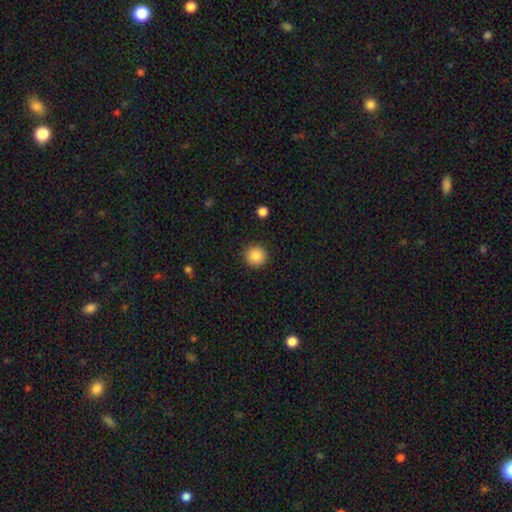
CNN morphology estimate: smooth-or-featured: smooth: 87% | star or artifact: 9% | featured or disk: 4%
  how-rounded: round: 95% | in between: 4% | cigar-shaped: 1%
  merging: none: 91% | minor disturbance: 6% | major disturbance: 2% | merger: 1%